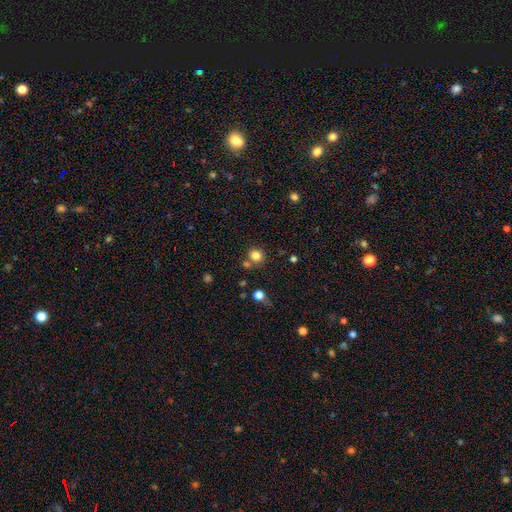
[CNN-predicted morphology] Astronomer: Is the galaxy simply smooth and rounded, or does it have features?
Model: smooth — 81%.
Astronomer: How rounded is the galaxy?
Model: round — 85%.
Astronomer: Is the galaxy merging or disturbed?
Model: none — 70%.